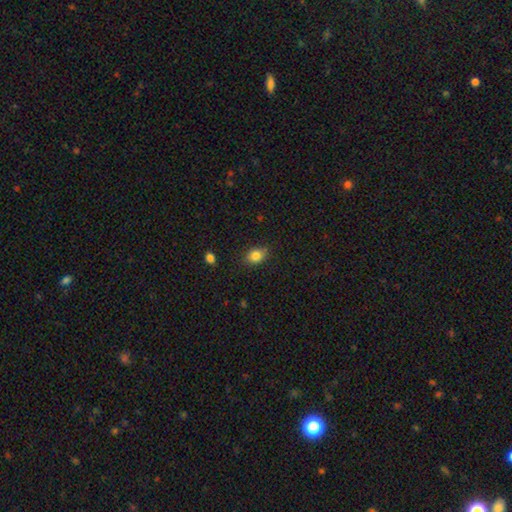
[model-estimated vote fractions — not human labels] Smooth or featured: smooth — 83% (star or artifact — 9%)
How rounded: in between — 69% (round — 30%)
Merging: none — 80% (minor disturbance — 16%)